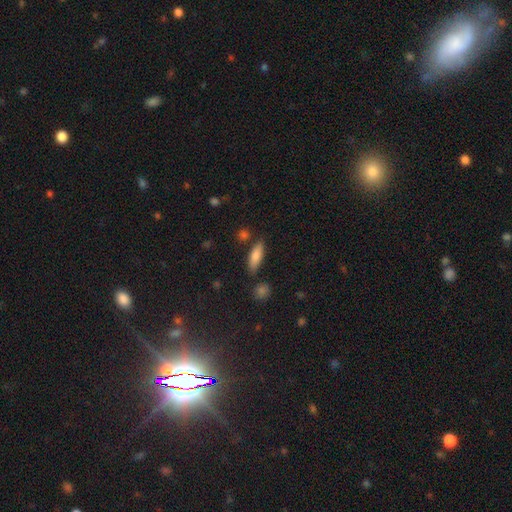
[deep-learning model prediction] A smooth galaxy with no disk features (80%) that is in between round and cigar-shaped (56%). Merging: none (78%).